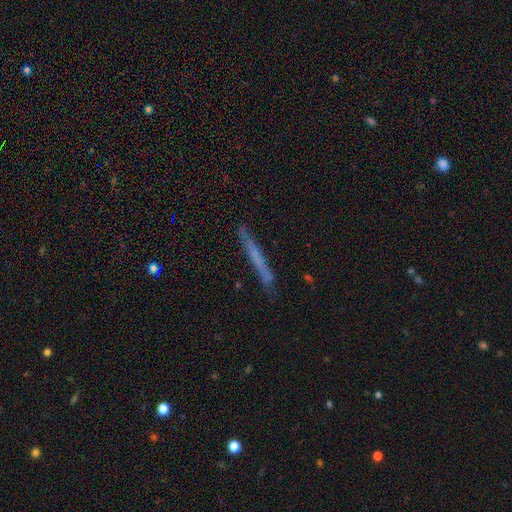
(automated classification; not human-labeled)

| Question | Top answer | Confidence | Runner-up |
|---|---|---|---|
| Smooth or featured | smooth | 47% | featured or disk (45%) |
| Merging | none | 83% | minor disturbance (13%) |